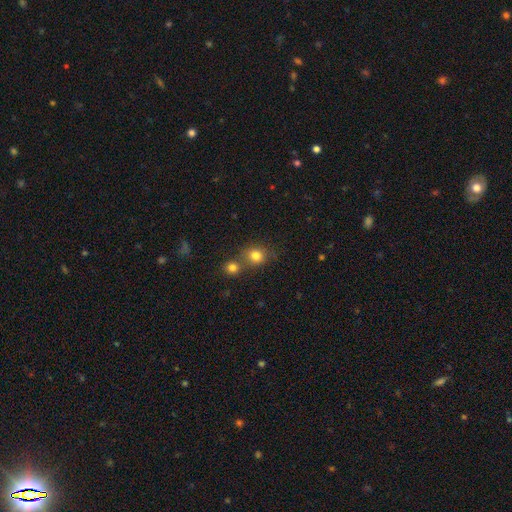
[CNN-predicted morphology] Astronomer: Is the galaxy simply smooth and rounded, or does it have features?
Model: smooth — 80%.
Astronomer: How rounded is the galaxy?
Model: round — 77%.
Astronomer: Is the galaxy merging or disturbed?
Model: none — 55% (runner-up: merger, 32%).